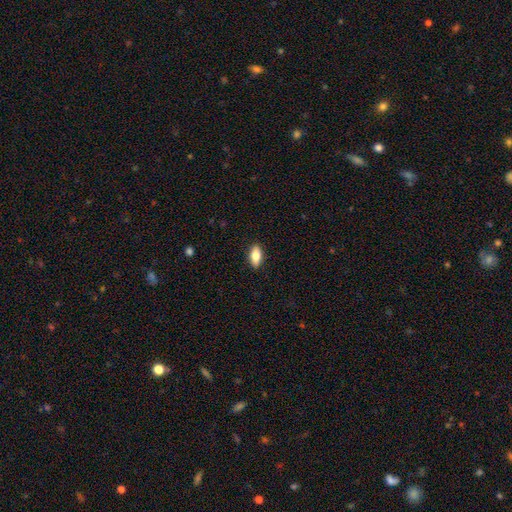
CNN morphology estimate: smooth-or-featured: smooth: 78% | featured or disk: 15% | star or artifact: 7%
  how-rounded: in between: 87% | cigar-shaped: 9% | round: 4%
  merging: none: 89% | minor disturbance: 8% | major disturbance: 2% | merger: 1%